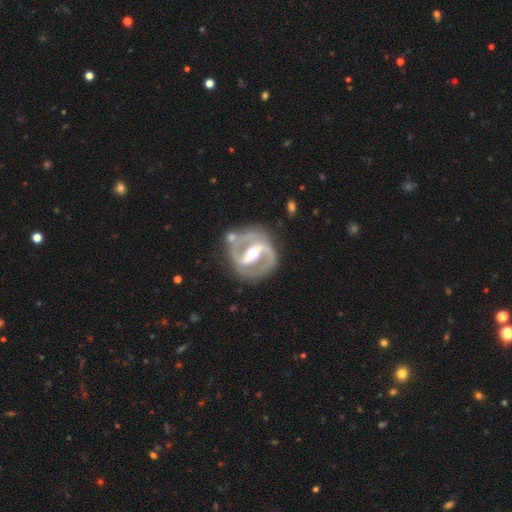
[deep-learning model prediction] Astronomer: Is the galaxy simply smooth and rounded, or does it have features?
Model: featured or disk — 90%.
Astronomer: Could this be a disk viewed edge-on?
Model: no — 96%.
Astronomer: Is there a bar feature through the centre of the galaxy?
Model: strong — 69%.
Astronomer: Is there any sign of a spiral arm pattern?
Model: yes — 94%.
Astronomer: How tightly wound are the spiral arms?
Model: medium — 51% (runner-up: tight, 38%).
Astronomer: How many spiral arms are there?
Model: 2 — 91%.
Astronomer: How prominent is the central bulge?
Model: moderate — 67%.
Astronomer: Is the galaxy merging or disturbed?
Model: none — 77%.